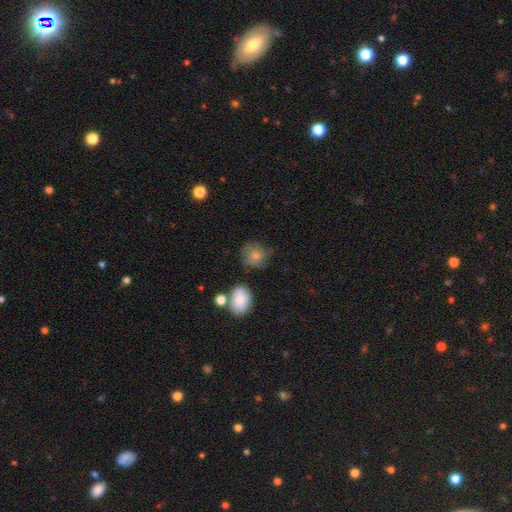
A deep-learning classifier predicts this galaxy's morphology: type=smooth (68%); roundness=round (76%); merging=none (63%).